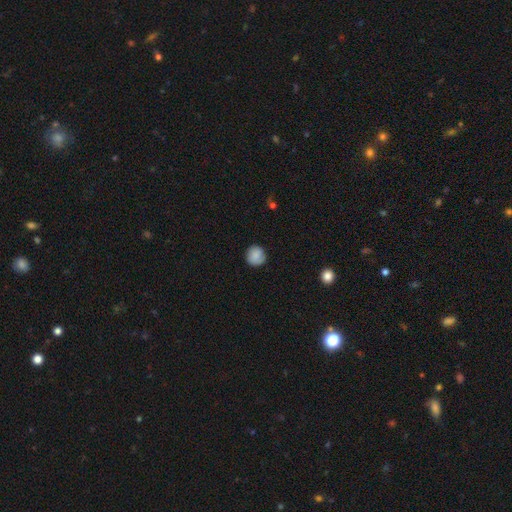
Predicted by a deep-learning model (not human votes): This appears to be a smooth galaxy with no disk features (83%) that is round (92%). Merging: none (83%).